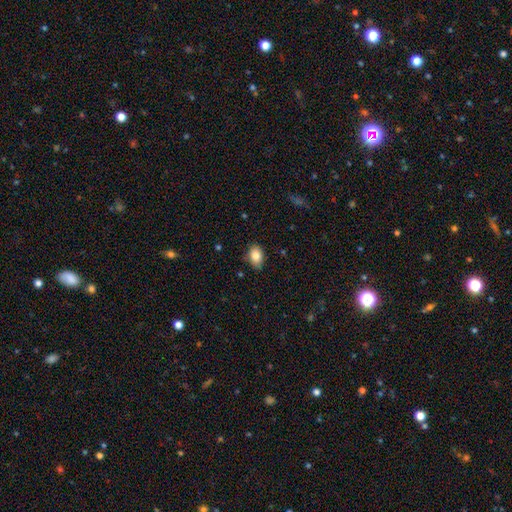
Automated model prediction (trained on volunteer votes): Smooth or featured? smooth (84%)
How rounded? in between (82%)
Merging? none (78%)